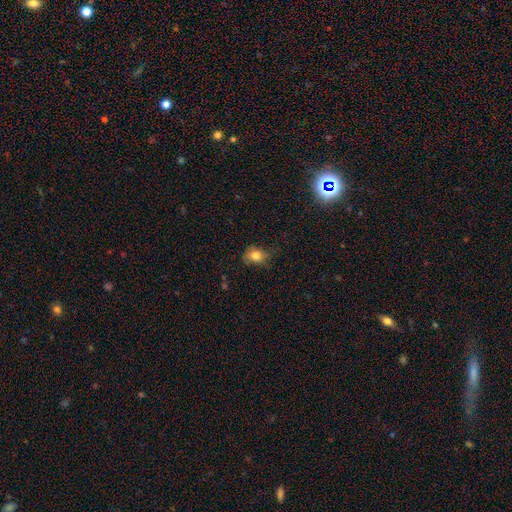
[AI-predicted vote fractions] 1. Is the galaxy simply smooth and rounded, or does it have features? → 77% smooth, 11% star or artifact, 11% featured or disk.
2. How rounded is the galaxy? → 54% round, 45% in between, 1% cigar-shaped.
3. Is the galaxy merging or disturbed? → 56% none, 29% minor disturbance, 13% major disturbance, 2% merger.